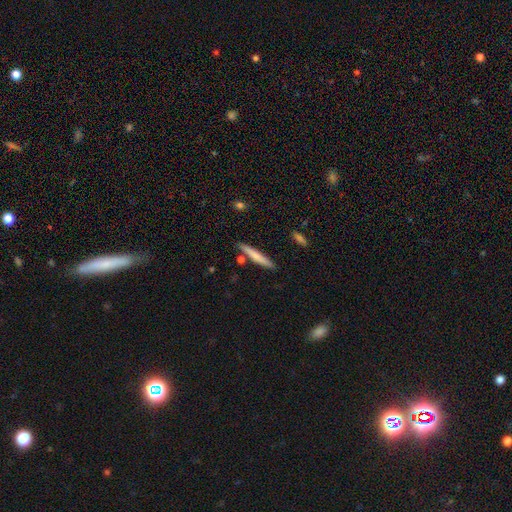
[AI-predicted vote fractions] Morphology: type=smooth (69%); roundness=cigar-shaped (94%); merging=none (84%).